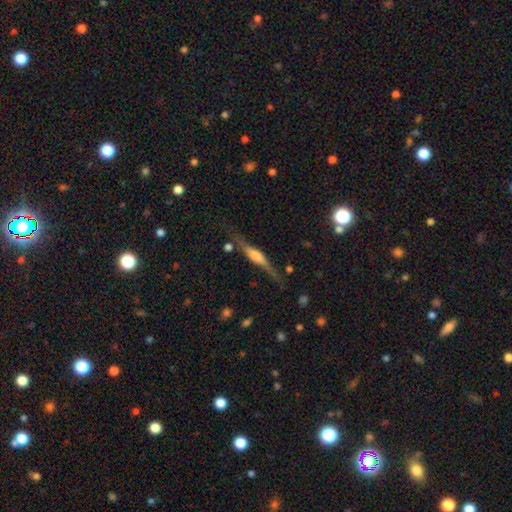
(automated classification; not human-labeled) A featured or disk galaxy (75%) viewed edge-on (96%) with a rounded central bulge (70%).

Vote fractions:
- Smooth or featured? featured or disk: 75% / smooth: 19% / star or artifact: 6%
- Edge-on disk? yes: 96% / no: 4%
- Edge-on bulge? rounded: 70% / boxy: 25% / none: 5%
- Merging? none: 79% / minor disturbance: 14% / major disturbance: 4% / merger: 2%